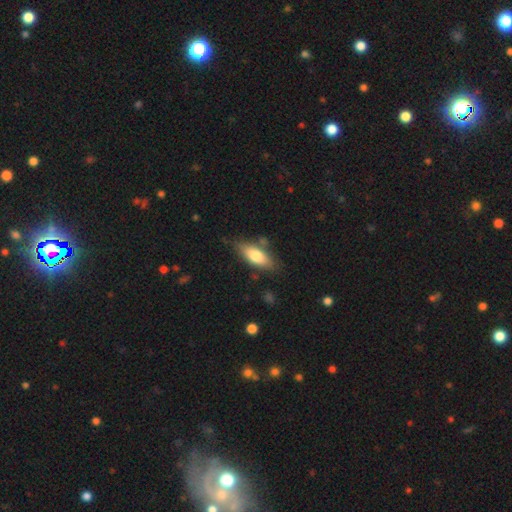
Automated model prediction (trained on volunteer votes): This is likely a smooth galaxy (73%). How rounded: likely in between (73%). Merging: likely none (76%).